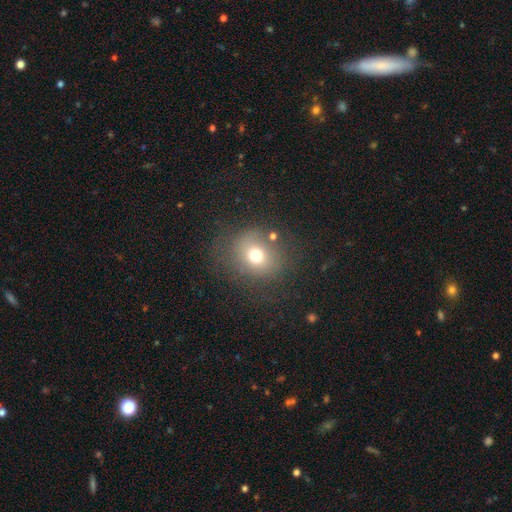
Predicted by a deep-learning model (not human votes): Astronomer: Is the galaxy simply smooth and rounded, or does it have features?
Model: smooth — 70%.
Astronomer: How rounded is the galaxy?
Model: round — 74%.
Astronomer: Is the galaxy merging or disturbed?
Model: none — 69%.